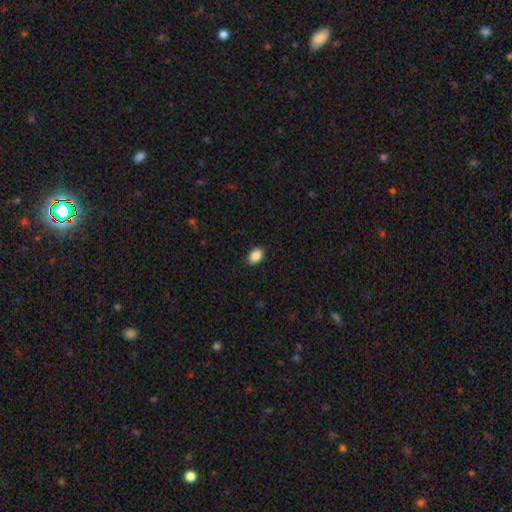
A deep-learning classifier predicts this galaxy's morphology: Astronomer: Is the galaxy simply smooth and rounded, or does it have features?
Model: smooth — 89%.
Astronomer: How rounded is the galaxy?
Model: in between — 84%.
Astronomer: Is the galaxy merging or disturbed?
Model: none — 89%.